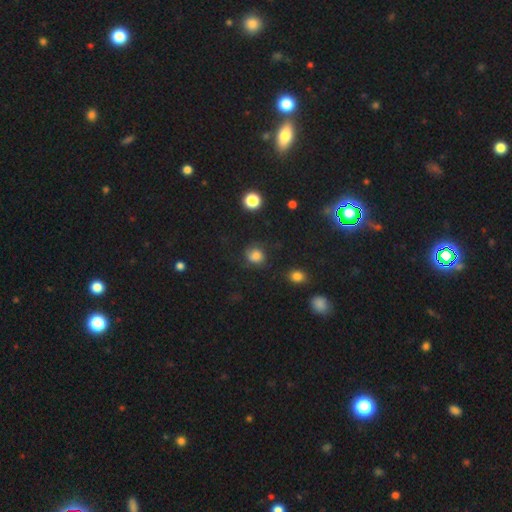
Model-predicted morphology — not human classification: Q: Smooth or featured?
A: smooth (77%); runner-up: star or artifact (14%)
Q: How rounded?
A: round (78%); runner-up: in between (21%)
Q: Merging?
A: none (69%); runner-up: minor disturbance (20%)